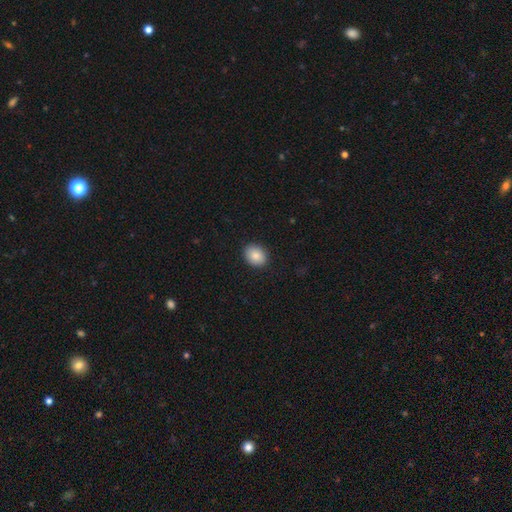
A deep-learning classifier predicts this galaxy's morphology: A smooth galaxy with no disk features (87%) that is in between round and cigar-shaped (58%).

Vote fractions:
- Smooth or featured? smooth: 87% / star or artifact: 7% / featured or disk: 5%
- How rounded? in between: 58% / round: 41% / cigar-shaped: 1%
- Merging? none: 90% / minor disturbance: 7% / major disturbance: 2% / merger: 1%